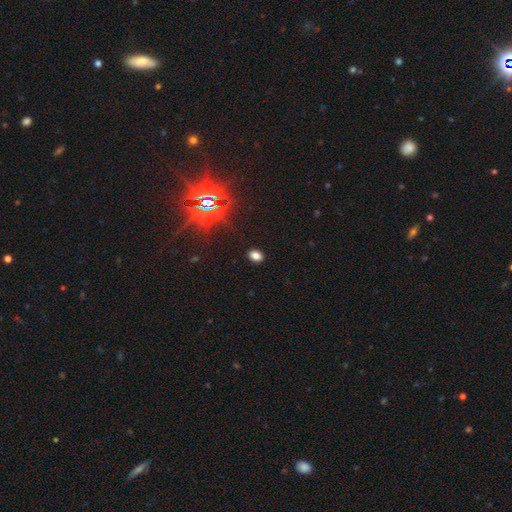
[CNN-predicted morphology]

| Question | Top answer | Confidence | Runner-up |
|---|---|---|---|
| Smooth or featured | smooth | 74% | star or artifact (21%) |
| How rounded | in between | 68% | round (31%) |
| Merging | none | 90% | minor disturbance (7%) |